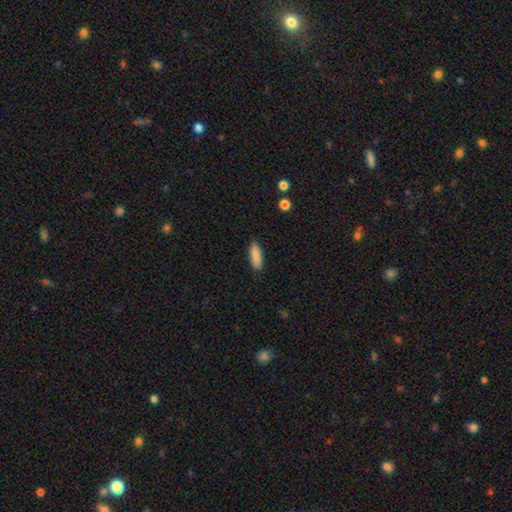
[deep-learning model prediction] Smooth or featured?
  - smooth: 88% *
  - star or artifact: 7%
  - featured or disk: 5%
How rounded?
  - in between: 57% *
  - cigar-shaped: 41%
  - round: 2%
Merging?
  - none: 88% *
  - minor disturbance: 9%
  - major disturbance: 2%
  - merger: 1%